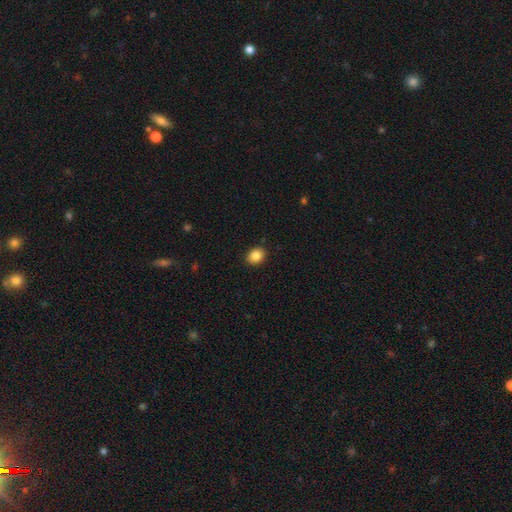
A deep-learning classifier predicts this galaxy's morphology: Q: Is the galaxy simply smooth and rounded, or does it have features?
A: smooth — 86%.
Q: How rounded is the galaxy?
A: round — 51%.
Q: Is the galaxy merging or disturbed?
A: none — 90%.